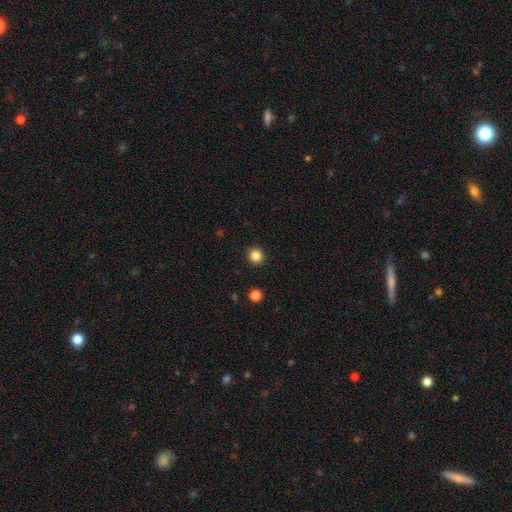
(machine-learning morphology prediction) This is clearly a smooth galaxy (84%). How rounded: clearly round (94%). Merging: clearly none (93%).